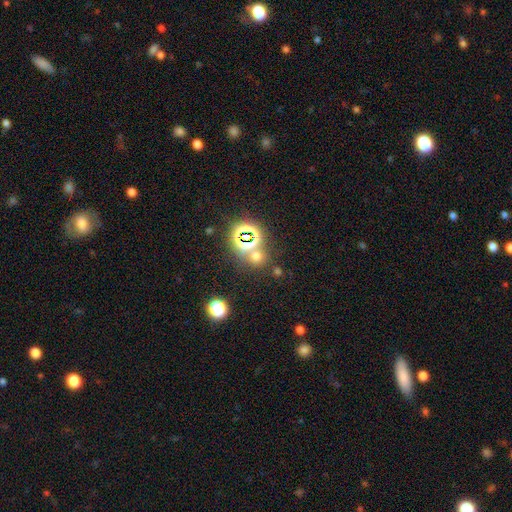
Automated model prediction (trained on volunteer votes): Smooth or featured: smooth — 49% (star or artifact — 43%)
Merging: none — 70% (merger — 18%)